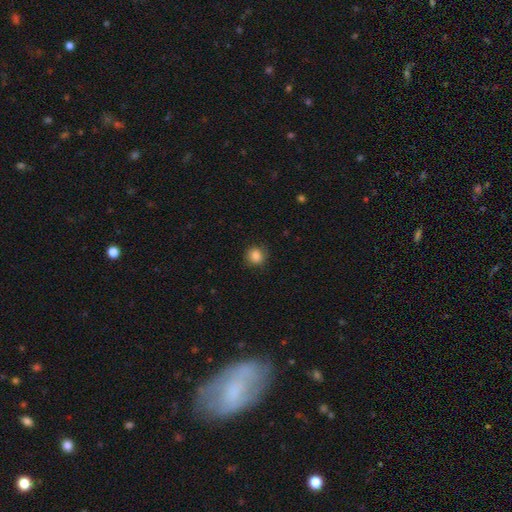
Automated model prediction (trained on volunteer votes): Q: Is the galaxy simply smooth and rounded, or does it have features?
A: smooth — 85%.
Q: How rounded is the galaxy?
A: round — 85%.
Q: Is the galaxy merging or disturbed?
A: none — 85%.